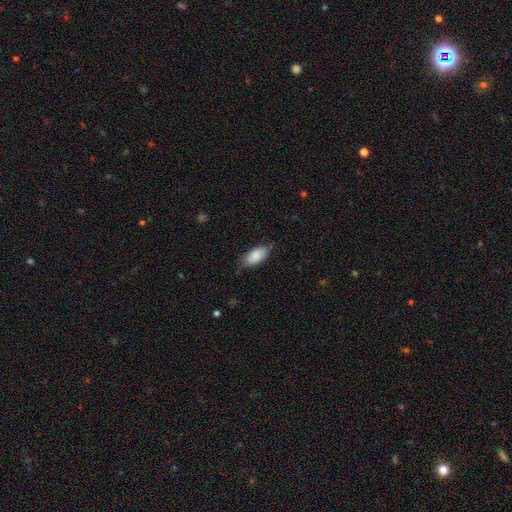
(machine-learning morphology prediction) Smooth or featured? smooth (83%)
How rounded? in between (91%)
Merging? none (64%)